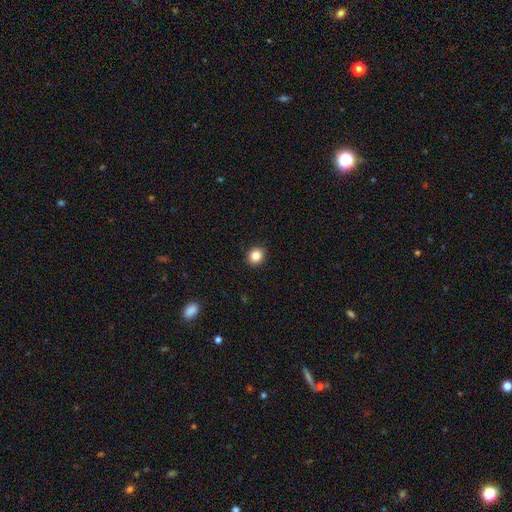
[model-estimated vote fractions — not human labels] Smooth or featured: smooth — 86% (star or artifact — 10%)
How rounded: round — 74% (in between — 25%)
Merging: none — 91% (minor disturbance — 6%)